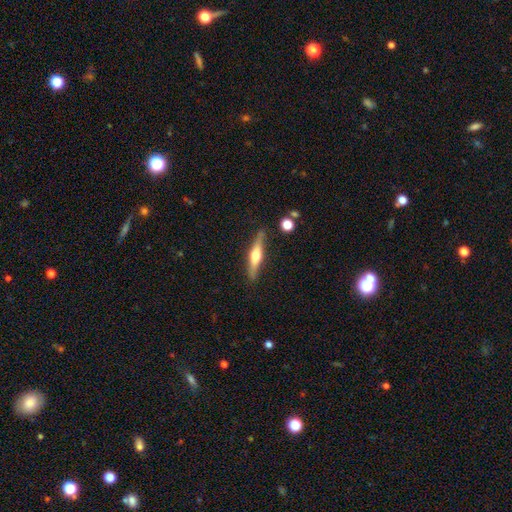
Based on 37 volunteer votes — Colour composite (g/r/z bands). It shows a featured or disk galaxy (59%) viewed edge-on (100%) with a rounded central bulge (100%). Merging: none (81%).